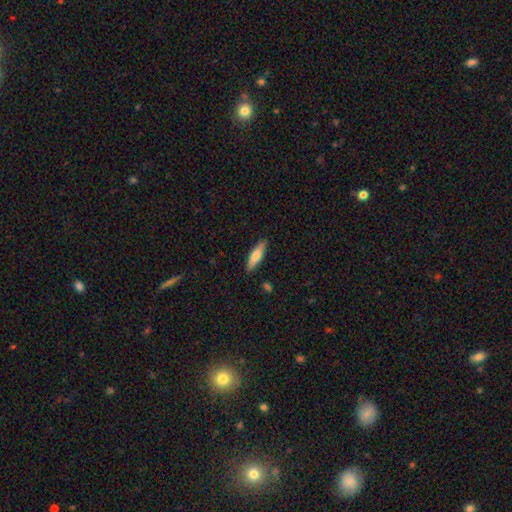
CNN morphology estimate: smooth-or-featured: smooth: 65% | featured or disk: 29% | star or artifact: 6%
  how-rounded: cigar-shaped: 67% | in between: 31% | round: 2%
  merging: none: 89% | minor disturbance: 8% | major disturbance: 2% | merger: 1%